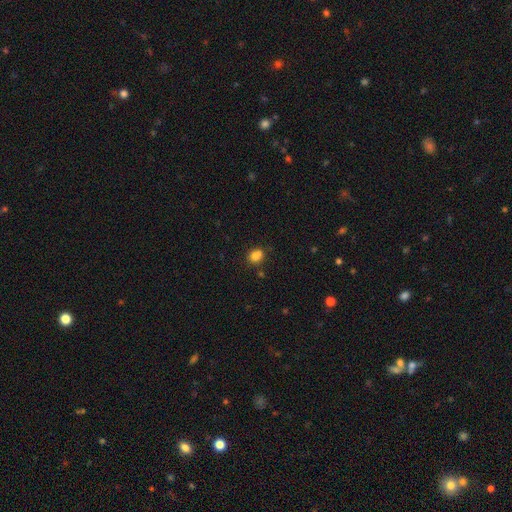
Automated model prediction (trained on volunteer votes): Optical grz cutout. It shows a smooth galaxy with no disk features (84%) that is round (51%). Merging: none (74%).